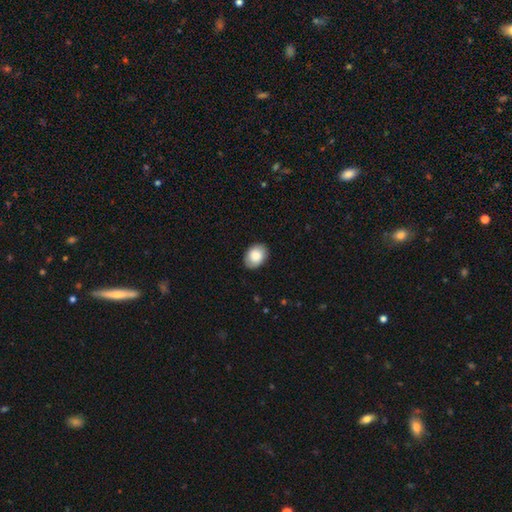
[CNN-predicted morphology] Smooth or featured: smooth — 85% (featured or disk — 9%)
How rounded: in between — 72% (round — 27%)
Merging: none — 84% (minor disturbance — 12%)